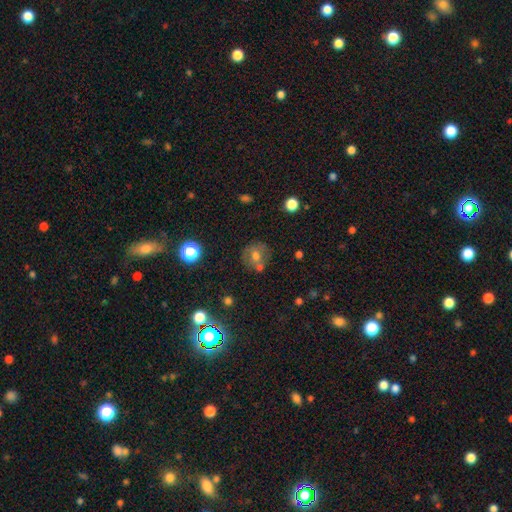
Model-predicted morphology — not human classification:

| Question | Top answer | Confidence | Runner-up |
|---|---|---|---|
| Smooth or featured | smooth | 60% | featured or disk (25%) |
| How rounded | round | 84% | in between (15%) |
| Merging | none | 63% | merger (16%) |